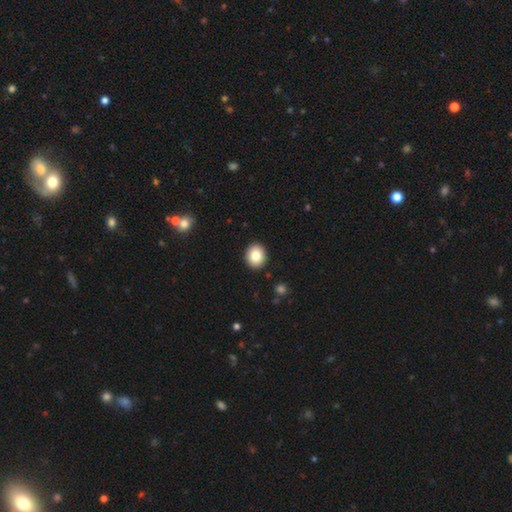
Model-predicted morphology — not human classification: Q: Smooth or featured?
A: smooth (83%); runner-up: star or artifact (9%)
Q: How rounded?
A: round (72%); runner-up: in between (27%)
Q: Merging?
A: none (92%); runner-up: minor disturbance (6%)